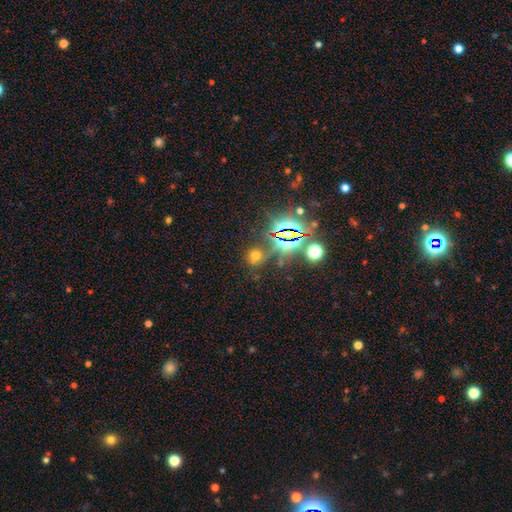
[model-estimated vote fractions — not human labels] This is possibly a smooth galaxy (52%). How rounded: clearly round (82%). Merging: likely none (76%).